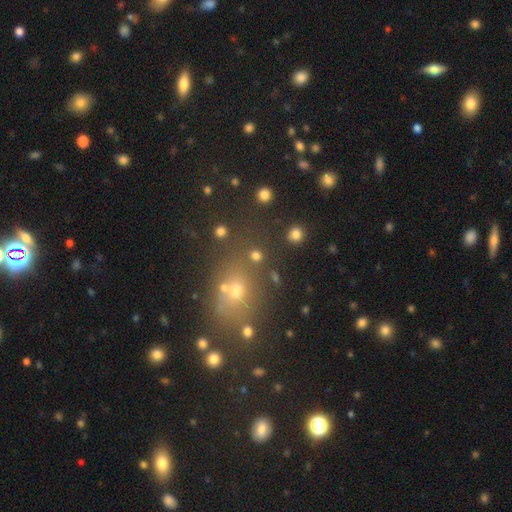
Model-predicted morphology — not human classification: A smooth galaxy with no disk features (74%) that is round (82%).

Vote fractions:
- Smooth or featured? smooth: 74% / star or artifact: 19% / featured or disk: 7%
- How rounded? round: 82% / in between: 16% / cigar-shaped: 1%
- Merging? none: 75% / merger: 11% / minor disturbance: 8% / major disturbance: 5%